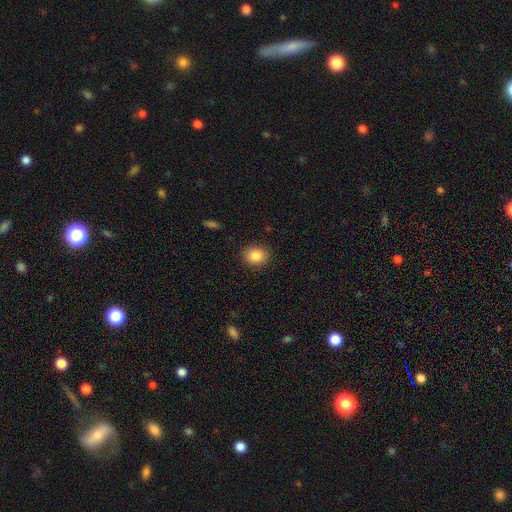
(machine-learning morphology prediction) smooth_or_featured: smooth (p=0.85) [alt: star or artifact p=0.09]
how_rounded: round (p=0.57) [alt: in between p=0.42]
merging: none (p=0.88) [alt: minor disturbance p=0.09]